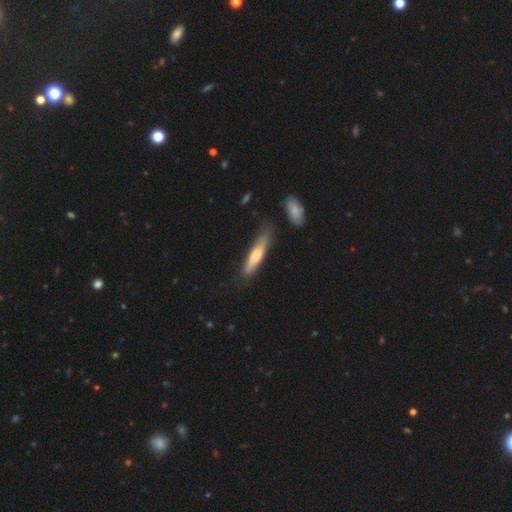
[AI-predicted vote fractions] Smooth or featured? Predicted: smooth (p=0.67). How rounded? Predicted: cigar-shaped (p=0.83). Merging? Predicted: none (p=0.66).